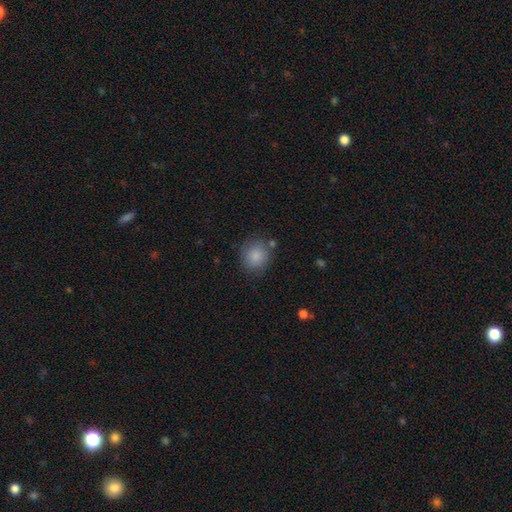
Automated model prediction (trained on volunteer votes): The model was most divided on "merging": none: 77%, minor disturbance: 14%, merger: 5%, major disturbance: 4%. More confident: smooth or featured — smooth (86%); how rounded — round (83%).